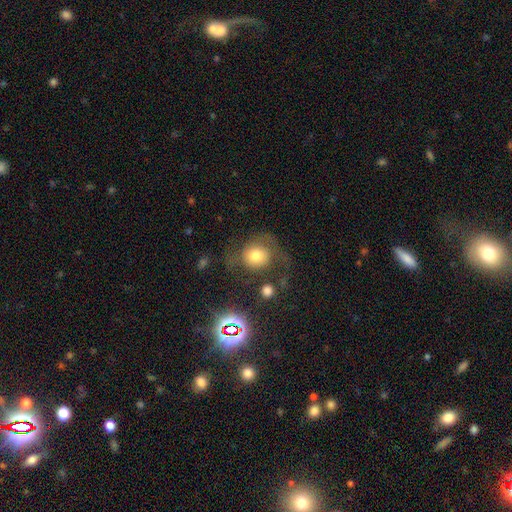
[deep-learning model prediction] This is likely a smooth galaxy (60%). How rounded: likely round (79%). Merging: marginally none (41%).